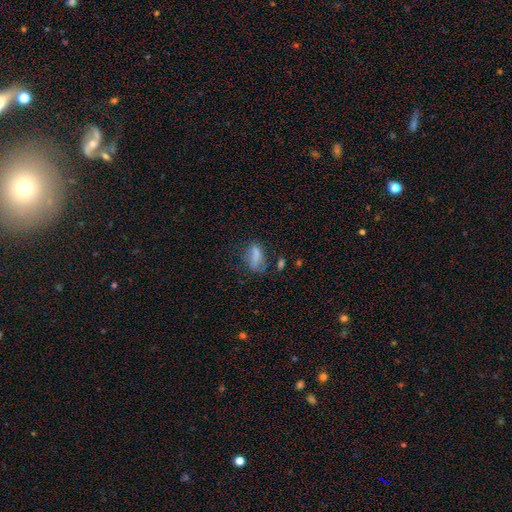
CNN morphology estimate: smooth_or_featured: smooth (p=0.73) [alt: featured or disk p=0.16]
how_rounded: in between (p=0.83) [alt: cigar-shaped p=0.11]
merging: none (p=0.40) [alt: minor disturbance p=0.29]